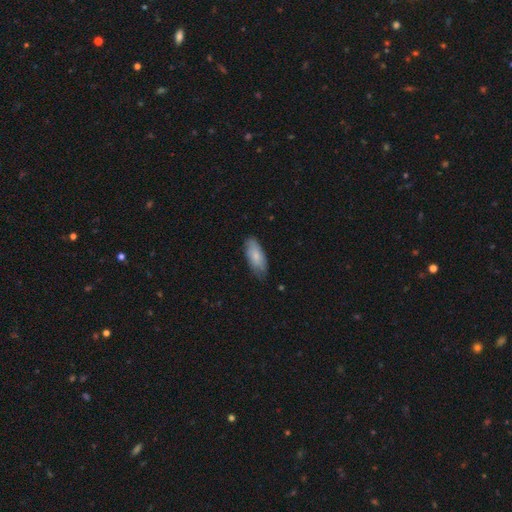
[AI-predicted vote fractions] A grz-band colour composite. It shows a smooth galaxy with no disk features (77%) that is in between round and cigar-shaped (82%). Merging: none (72%).